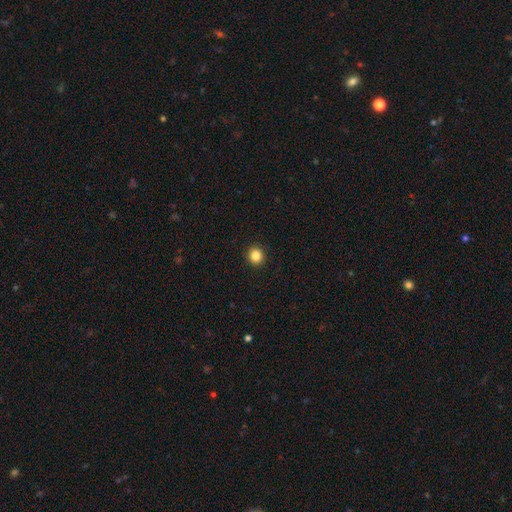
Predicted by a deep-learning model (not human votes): Smooth or featured?
  - smooth: 85% *
  - star or artifact: 11%
  - featured or disk: 4%
How rounded?
  - round: 91% *
  - in between: 8%
  - cigar-shaped: 1%
Merging?
  - none: 93% *
  - minor disturbance: 4%
  - major disturbance: 1%
  - merger: 1%